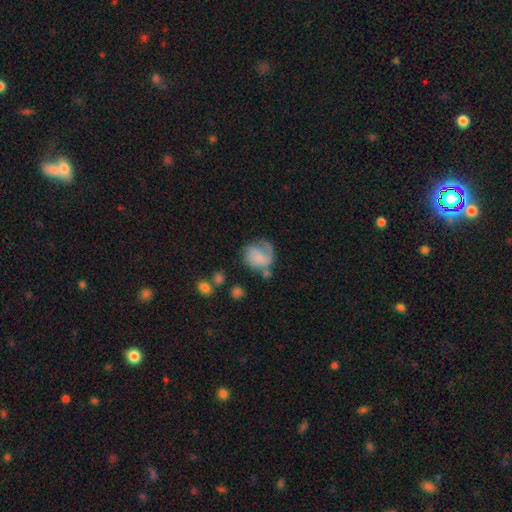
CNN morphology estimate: Overall: featured or disk (48%; smooth 44%). Merging: none (38%; major disturbance 30%).